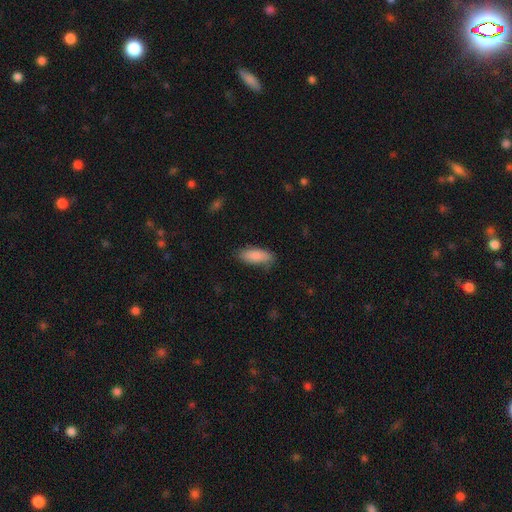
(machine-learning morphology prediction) smooth-or-featured: smooth: 85% | featured or disk: 8% | star or artifact: 6%
  how-rounded: in between: 76% | cigar-shaped: 22% | round: 2%
  merging: none: 75% | minor disturbance: 20% | major disturbance: 4% | merger: 1%